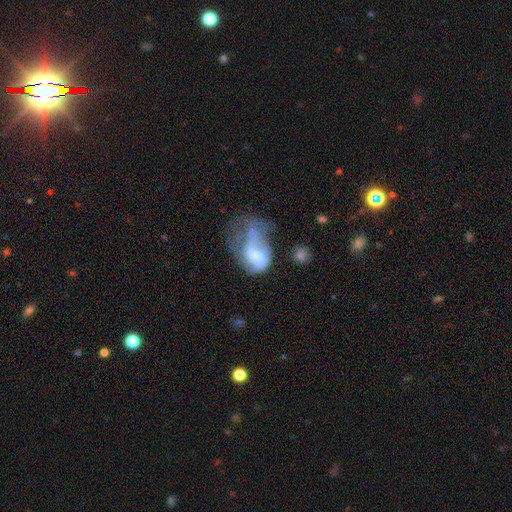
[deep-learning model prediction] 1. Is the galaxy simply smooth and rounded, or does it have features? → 56% featured or disk, 35% smooth, 9% star or artifact.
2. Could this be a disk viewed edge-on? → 97% no, 3% yes.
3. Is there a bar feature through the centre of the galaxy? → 47% no, 40% weak, 13% strong.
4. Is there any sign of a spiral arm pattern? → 51% no, 49% yes.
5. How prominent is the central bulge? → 37% moderate, 26% small, 24% none, 11% large, 2% dominant.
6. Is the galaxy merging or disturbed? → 56% major disturbance, 17% minor disturbance, 14% none, 13% merger.